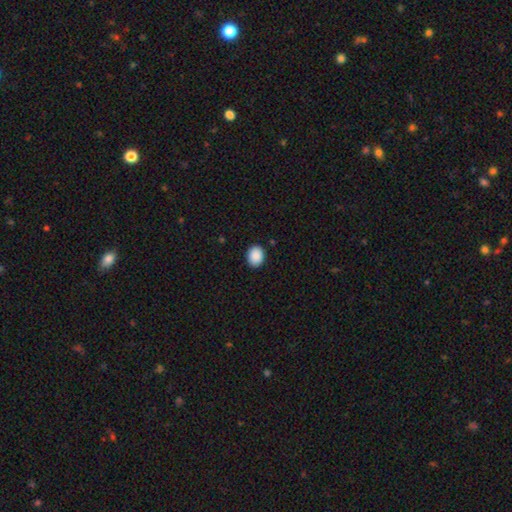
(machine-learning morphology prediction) This is clearly a smooth galaxy (90%). How rounded: possibly in between (53%). Merging: clearly none (90%).